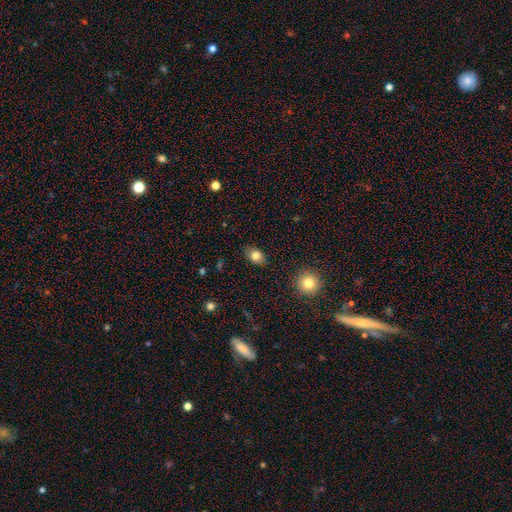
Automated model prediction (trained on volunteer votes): This is clearly a smooth galaxy (81%). How rounded: likely in between (72%). Merging: clearly none (86%).